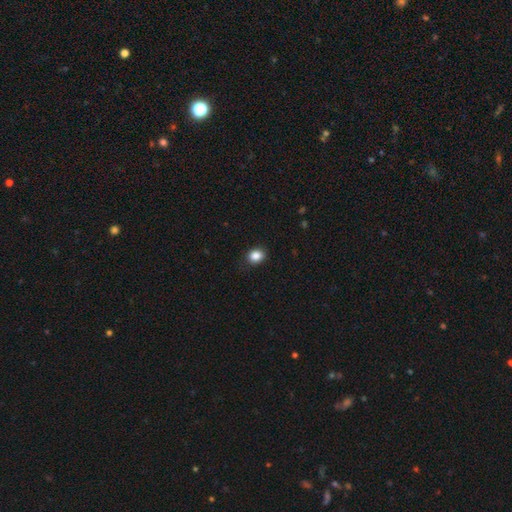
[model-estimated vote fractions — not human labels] This is clearly a smooth galaxy (86%). How rounded: possibly round (55%). Merging: clearly none (86%).